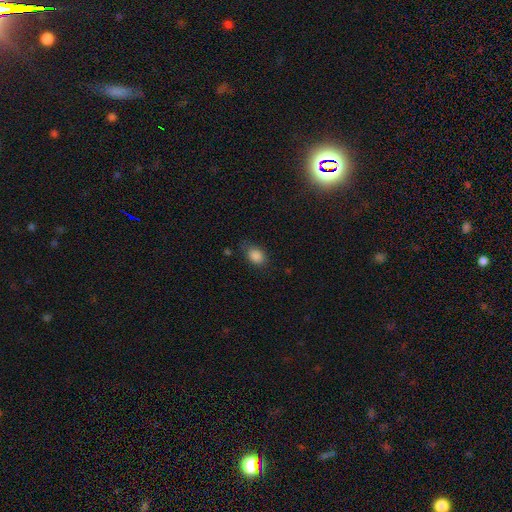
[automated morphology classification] smooth_or_featured: smooth (p=0.86) [alt: star or artifact p=0.09]
how_rounded: in between (p=0.76) [alt: round p=0.23]
merging: none (p=0.71) [alt: minor disturbance p=0.22]